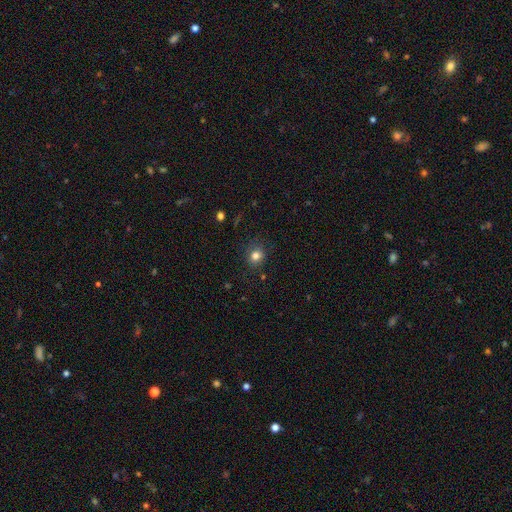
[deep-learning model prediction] Q: Smooth or featured?
A: smooth (81%); runner-up: star or artifact (13%)
Q: How rounded?
A: round (78%); runner-up: in between (22%)
Q: Merging?
A: none (82%); runner-up: minor disturbance (13%)